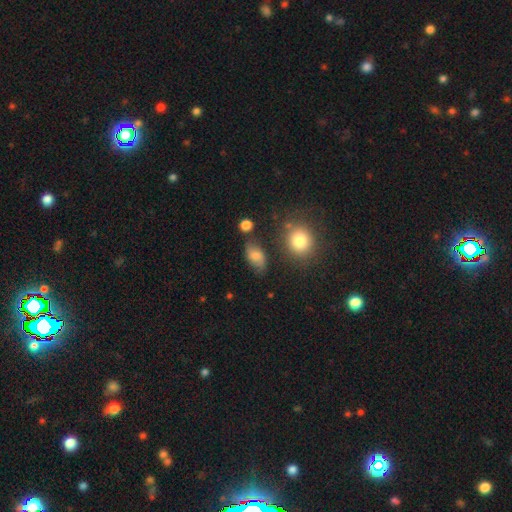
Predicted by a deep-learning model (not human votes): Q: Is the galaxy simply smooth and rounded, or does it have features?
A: smooth — 64%.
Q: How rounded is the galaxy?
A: in between — 85%.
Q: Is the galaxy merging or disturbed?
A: none — 65%.